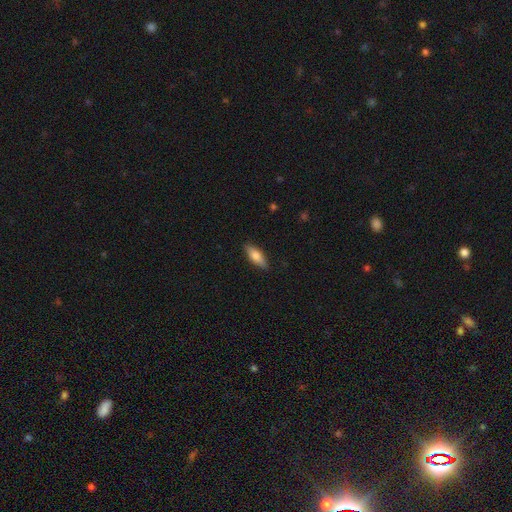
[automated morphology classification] smooth-or-featured: smooth: 76% | featured or disk: 18% | star or artifact: 6%
  how-rounded: in between: 64% | cigar-shaped: 33% | round: 2%
  merging: none: 86% | minor disturbance: 11% | major disturbance: 2% | merger: 1%